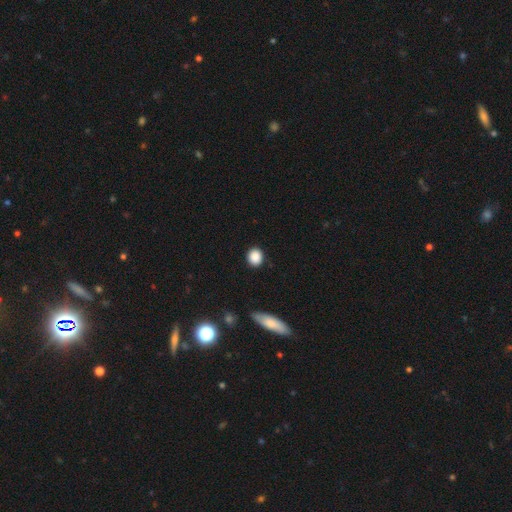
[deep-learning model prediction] The model was most divided on "how rounded": round: 76%, in between: 23%, cigar-shaped: 1%. More confident: merging — none (89%); smooth or featured — smooth (88%).